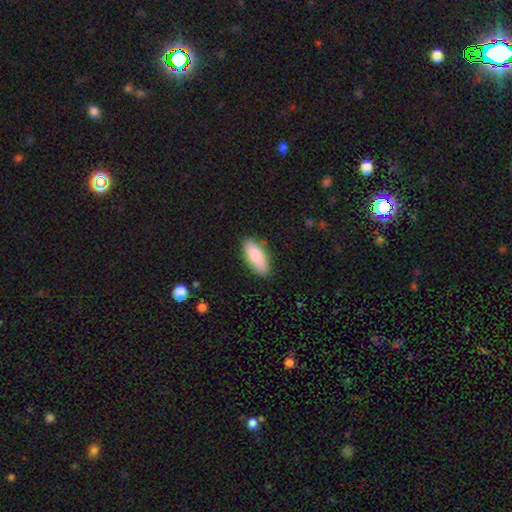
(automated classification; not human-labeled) A smooth galaxy with no disk features (86%) that is in between round and cigar-shaped (77%).

Vote fractions:
- Smooth or featured? smooth: 86% / featured or disk: 8% / star or artifact: 6%
- How rounded? in between: 77% / cigar-shaped: 21% / round: 2%
- Merging? none: 85% / minor disturbance: 11% / major disturbance: 2% / merger: 1%